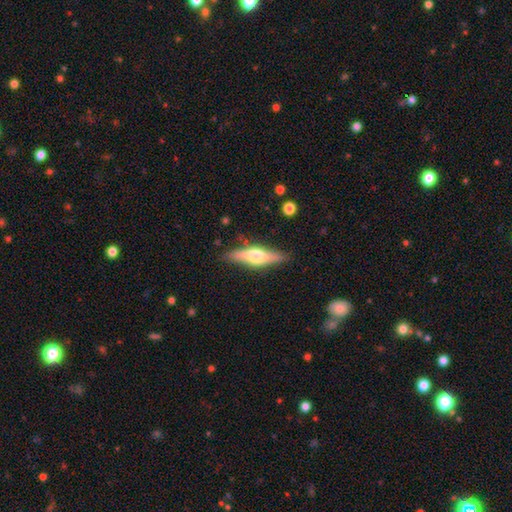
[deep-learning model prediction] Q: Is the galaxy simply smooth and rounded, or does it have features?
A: featured or disk — 54%.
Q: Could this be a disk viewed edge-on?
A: yes — 92%.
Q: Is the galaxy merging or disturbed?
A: none — 83%.